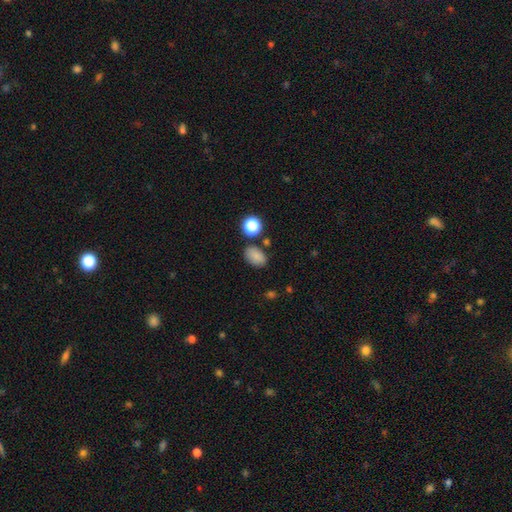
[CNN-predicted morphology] This appears to be a smooth galaxy with no disk features (82%) that is in between round and cigar-shaped (81%). Merging: none (75%).